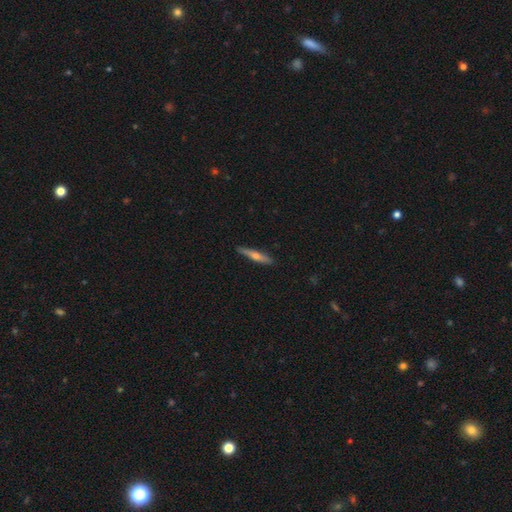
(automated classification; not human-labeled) Q: Smooth or featured?
A: featured or disk (52%); runner-up: smooth (43%)
Q: Edge-on disk?
A: yes (95%); runner-up: no (5%)
Q: Merging?
A: none (89%); runner-up: minor disturbance (8%)